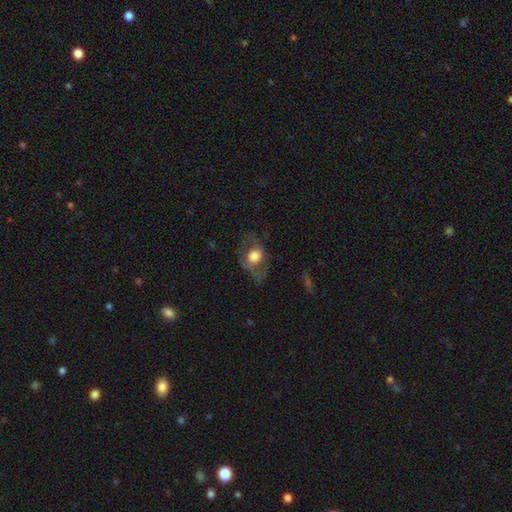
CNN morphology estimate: Overall: smooth (53%; featured or disk 38%). How rounded: in between (53%; round 45%). Merging: none (49%; major disturbance 29%).